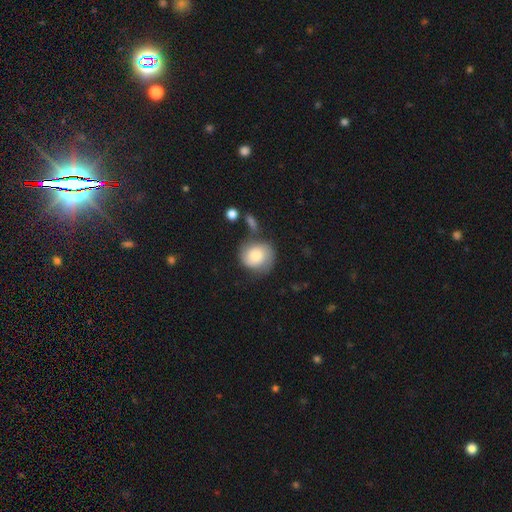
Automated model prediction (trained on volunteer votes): Overall: smooth (62%; featured or disk 31%). How rounded: round (72%). Merging: none (54%; minor disturbance 25%).